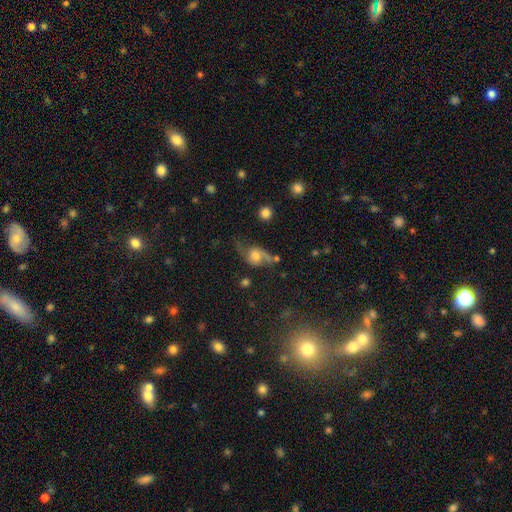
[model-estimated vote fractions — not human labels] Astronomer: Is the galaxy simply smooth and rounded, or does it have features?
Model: featured or disk — 56% (runner-up: smooth, 33%).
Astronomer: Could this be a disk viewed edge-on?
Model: no — 93%.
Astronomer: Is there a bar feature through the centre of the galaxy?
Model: no — 68%.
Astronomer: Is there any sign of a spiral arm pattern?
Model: yes — 86%.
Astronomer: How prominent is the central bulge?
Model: moderate — 47% (runner-up: large, 24%).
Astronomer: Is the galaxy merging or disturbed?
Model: none — 42% (runner-up: minor disturbance, 26%).